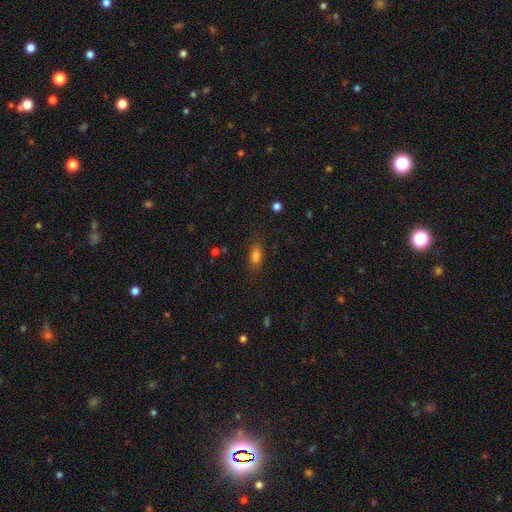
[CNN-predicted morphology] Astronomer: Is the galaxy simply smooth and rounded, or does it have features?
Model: smooth — 77%.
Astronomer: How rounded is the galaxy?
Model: in between — 78%.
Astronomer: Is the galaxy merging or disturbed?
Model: none — 78%.